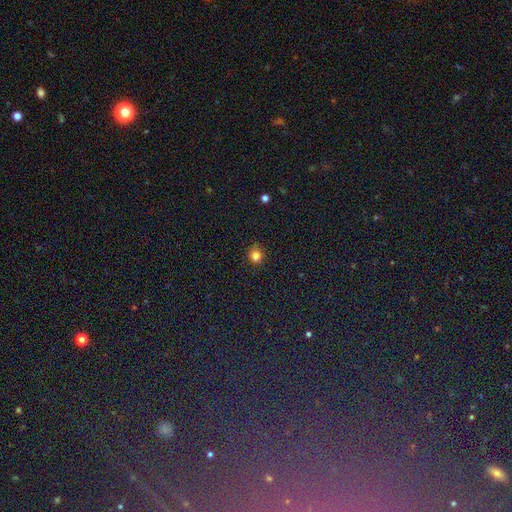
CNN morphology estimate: Smooth or featured? smooth (82%)
How rounded? round (82%)
Merging? none (85%)